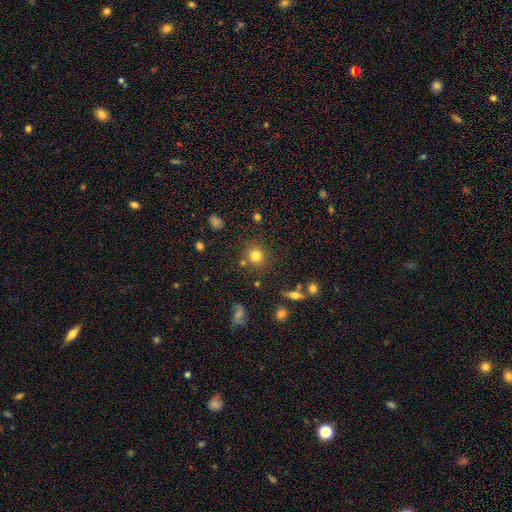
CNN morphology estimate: This is likely a smooth galaxy (78%). How rounded: clearly round (90%). Merging: clearly none (81%).